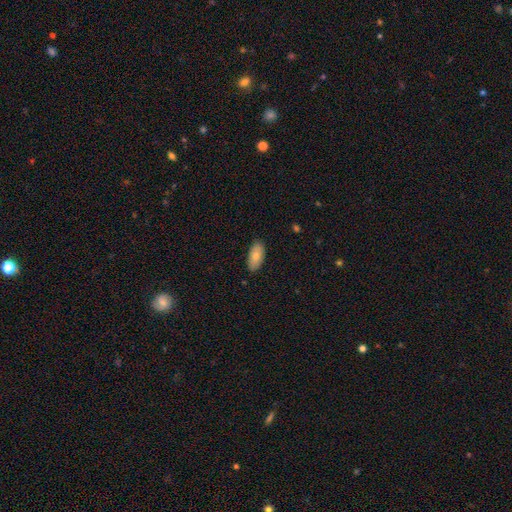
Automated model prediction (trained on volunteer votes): The model was most divided on "smooth or featured": smooth: 81%, featured or disk: 13%, star or artifact: 6%. More confident: how rounded — in between (91%); merging — none (88%).